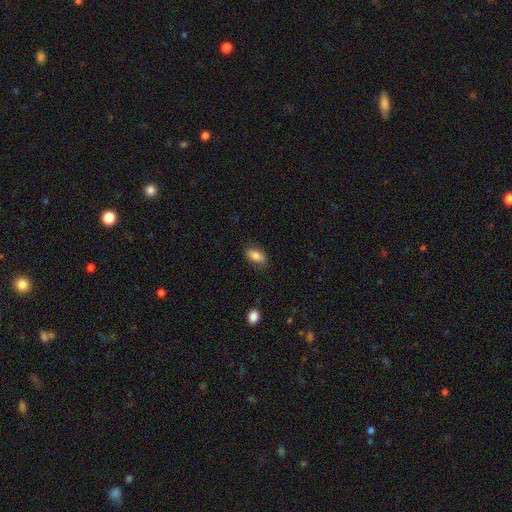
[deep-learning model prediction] Morphology: type=smooth (82%); roundness=in between (87%); merging=none (80%).